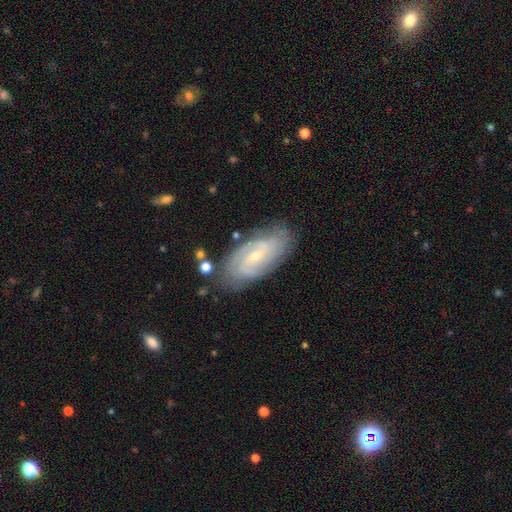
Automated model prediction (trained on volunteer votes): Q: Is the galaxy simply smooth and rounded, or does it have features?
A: featured or disk — 84%.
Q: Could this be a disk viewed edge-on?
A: no — 95%.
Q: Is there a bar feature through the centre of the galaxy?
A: no — 45%.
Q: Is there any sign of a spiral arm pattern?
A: yes — 96%.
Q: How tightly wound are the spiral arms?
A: tight — 57%.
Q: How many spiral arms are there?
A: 2 — 43%.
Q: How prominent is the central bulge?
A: small — 76%.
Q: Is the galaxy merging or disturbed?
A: none — 79%.